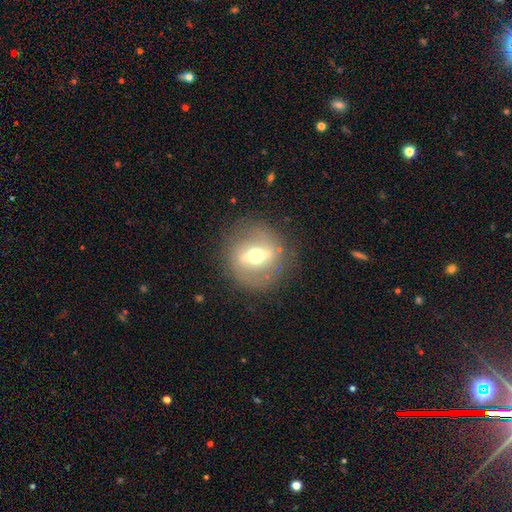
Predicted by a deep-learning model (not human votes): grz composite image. It shows a featured or disk galaxy (68%). Merging: none (83%).